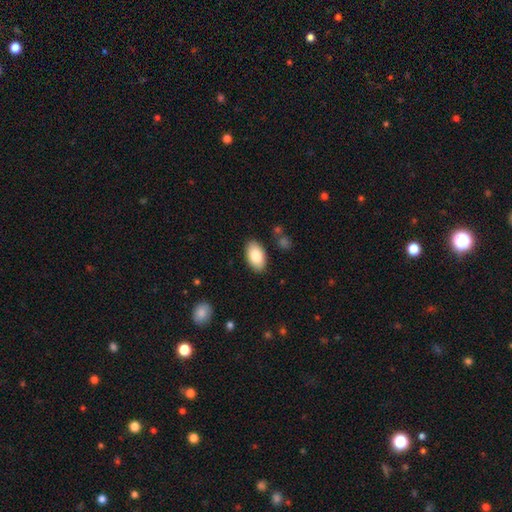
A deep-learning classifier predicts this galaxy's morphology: This appears to be a smooth galaxy with no disk features (84%) that is in between round and cigar-shaped (95%). Merging: none (87%).